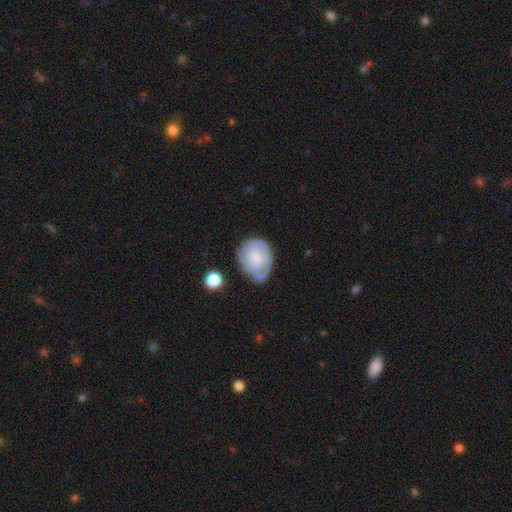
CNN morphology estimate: Smooth or featured? featured or disk (58%)
Edge-on disk? no (98%)
Bar? no (69%)
Spiral arms? yes (77%)
Bulge size? small (39%)
Merging? none (55%)